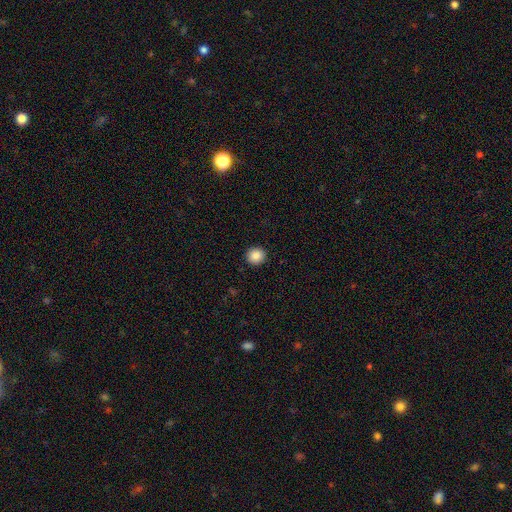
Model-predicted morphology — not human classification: Smooth or featured? Predicted: smooth (p=0.88). How rounded? Predicted: round (p=0.89). Merging? Predicted: none (p=0.93).